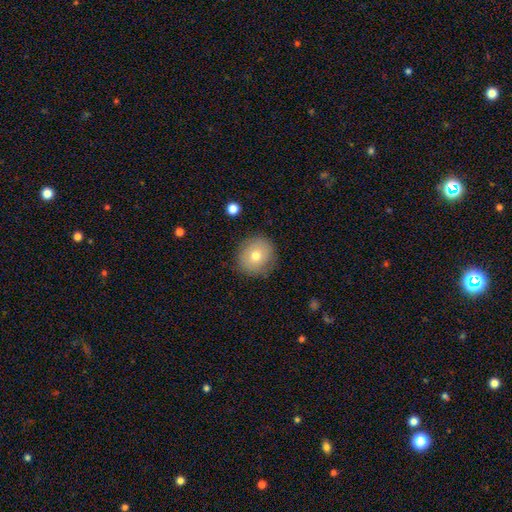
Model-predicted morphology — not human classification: Smooth or featured? smooth (71%)
How rounded? round (88%)
Merging? none (84%)